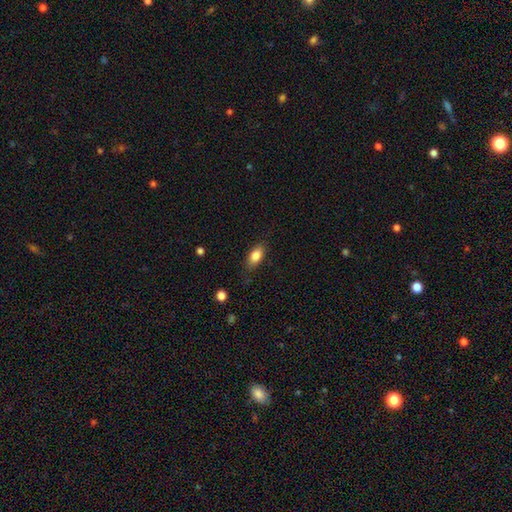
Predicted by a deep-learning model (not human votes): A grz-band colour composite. It shows a smooth galaxy with no disk features (83%) that is in between round and cigar-shaped (87%). Merging: none (80%).